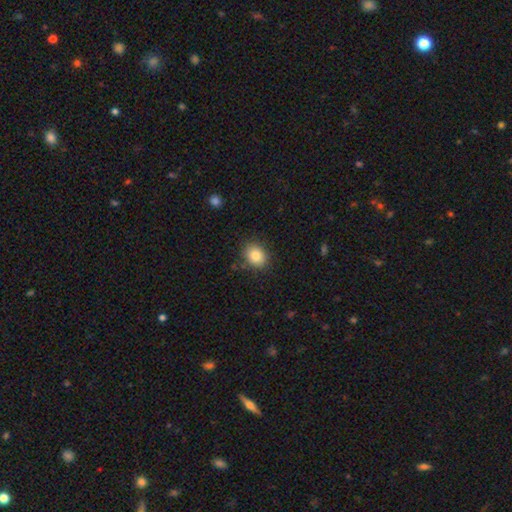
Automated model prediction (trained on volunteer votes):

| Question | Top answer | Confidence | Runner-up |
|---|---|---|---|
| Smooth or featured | smooth | 83% | star or artifact (9%) |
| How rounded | round | 54% | in between (45%) |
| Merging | none | 85% | minor disturbance (11%) |